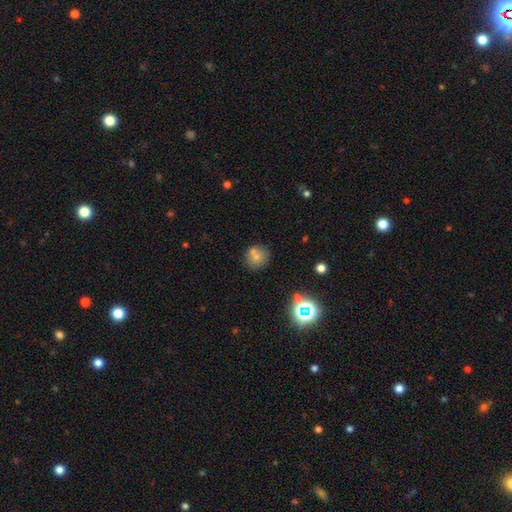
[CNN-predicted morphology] type=smooth (69%); roundness=round (87%); merging=none (60%).